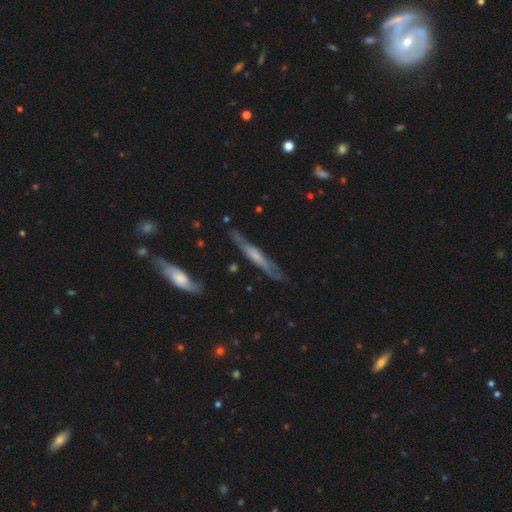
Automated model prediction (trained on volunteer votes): A featured or disk galaxy (59%) viewed edge-on (83%). Merging: none (77%).